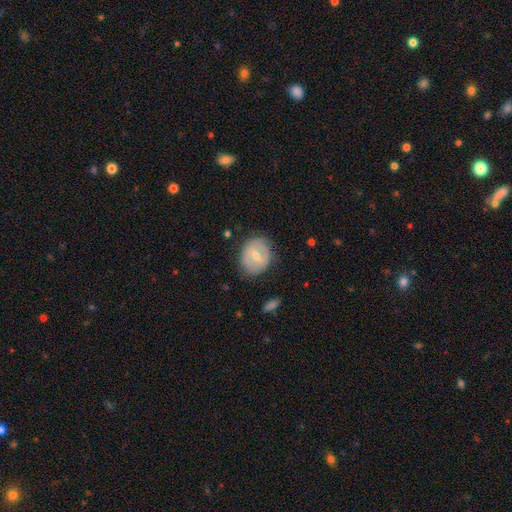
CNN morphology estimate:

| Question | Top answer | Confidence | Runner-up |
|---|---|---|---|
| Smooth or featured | featured or disk | 49% | smooth (45%) |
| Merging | none | 79% | minor disturbance (15%) |